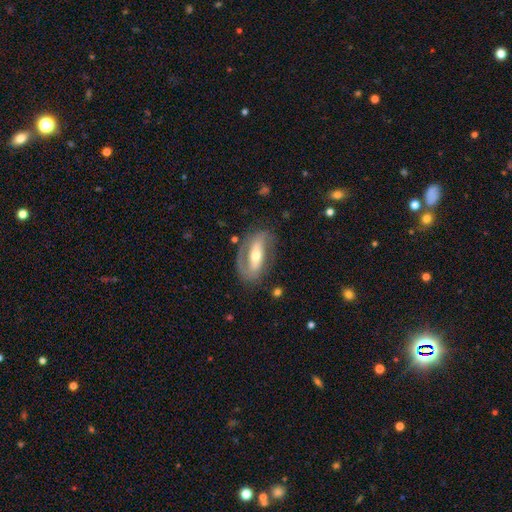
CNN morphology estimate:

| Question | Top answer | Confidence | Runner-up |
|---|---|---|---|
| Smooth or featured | featured or disk | 78% | smooth (17%) |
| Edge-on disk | no | 90% | yes (10%) |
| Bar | strong | 51% | weak (26%) |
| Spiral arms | yes | 85% | no (15%) |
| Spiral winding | medium | 41% | tight (34%) |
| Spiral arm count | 2 | 69% | 1 (21%) |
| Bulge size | moderate | 59% | small (33%) |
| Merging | none | 70% | minor disturbance (17%) |